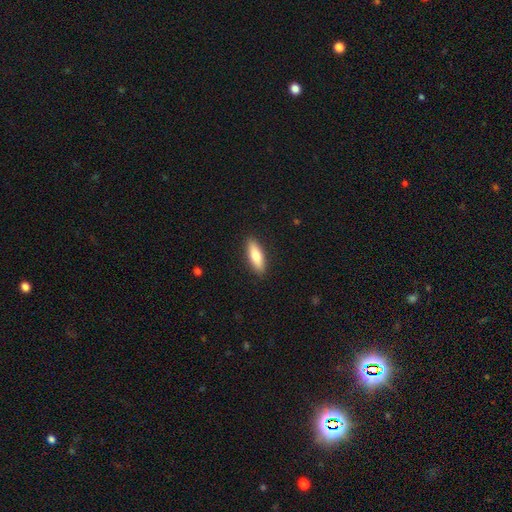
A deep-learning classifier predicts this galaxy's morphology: A smooth galaxy with no disk features (73%) that is cigar-shaped (52%). Merging: none (90%).